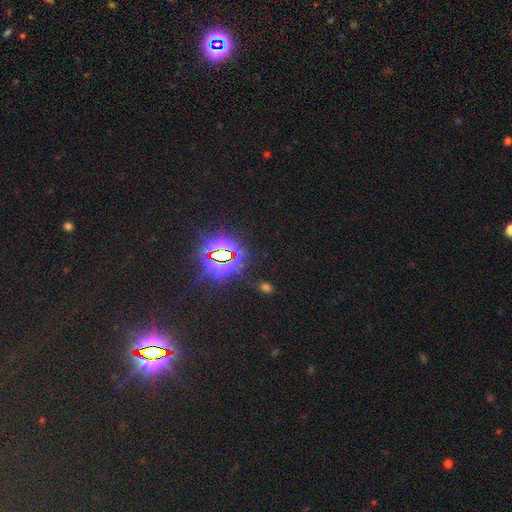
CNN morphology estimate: A star or artifact, not a galaxy (83%).

Vote fractions:
- Smooth or featured? star or artifact: 83% / smooth: 10% / featured or disk: 7%